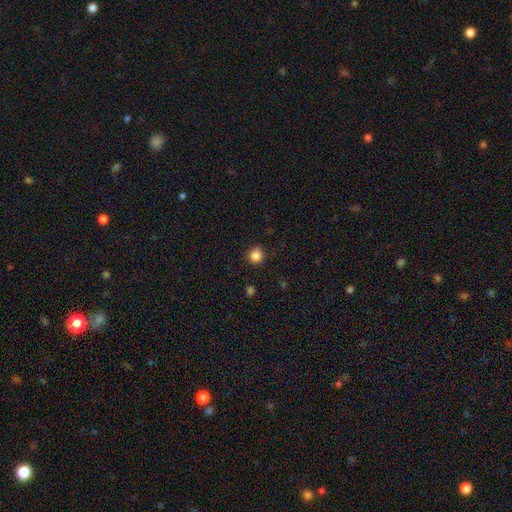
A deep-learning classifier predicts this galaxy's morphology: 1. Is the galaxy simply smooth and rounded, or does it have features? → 85% smooth, 11% star or artifact, 3% featured or disk.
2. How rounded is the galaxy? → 90% round, 9% in between, 1% cigar-shaped.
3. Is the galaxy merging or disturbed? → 87% none, 9% minor disturbance, 2% major disturbance, 1% merger.